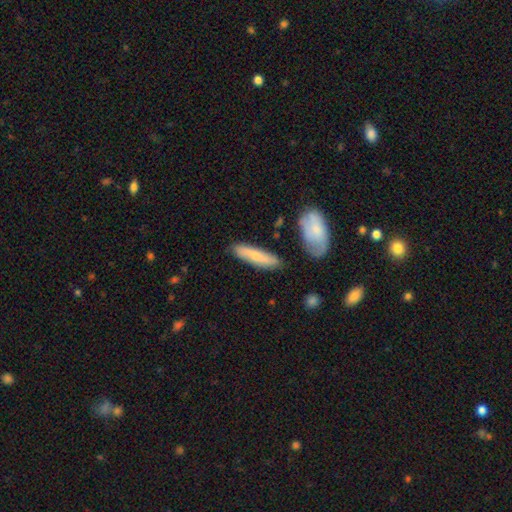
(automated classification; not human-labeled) The model was most divided on "smooth or featured": smooth: 66%, featured or disk: 28%, star or artifact: 6%. More confident: merging — none (81%); how rounded — cigar-shaped (74%).